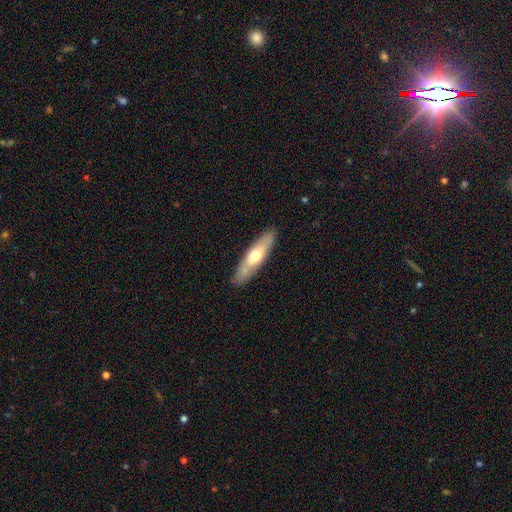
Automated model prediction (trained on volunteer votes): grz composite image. It shows a smooth galaxy with no disk features (55%) that is cigar-shaped (63%). Merging: none (81%).